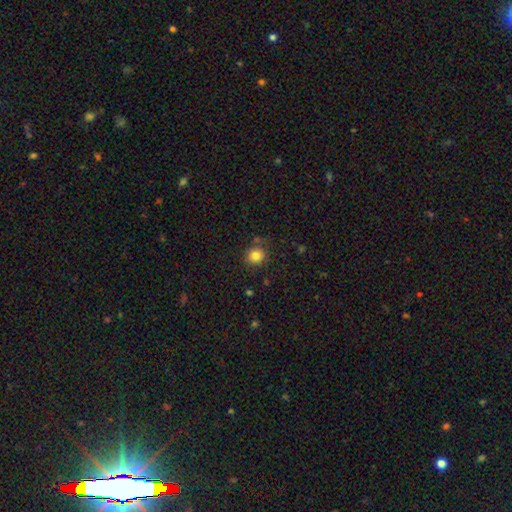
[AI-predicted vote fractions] smooth 83%, star or artifact 11%, featured or disk 6%. Down the decision tree: how rounded — round (79%); merging — none (80%).